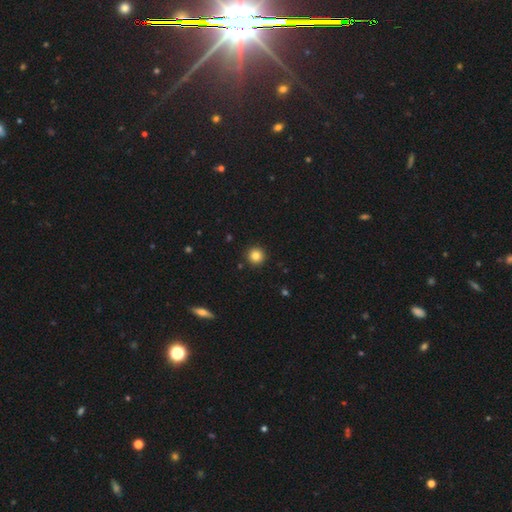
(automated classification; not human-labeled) smooth 83%, star or artifact 11%, featured or disk 6%. Down the decision tree: how rounded — round (96%); merging — none (92%).